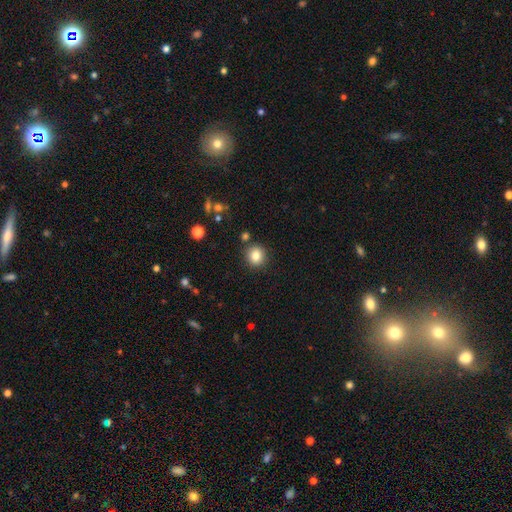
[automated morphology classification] Smooth or featured: smooth — 84% (star or artifact — 10%)
How rounded: round — 86% (in between — 13%)
Merging: none — 85% (minor disturbance — 8%)